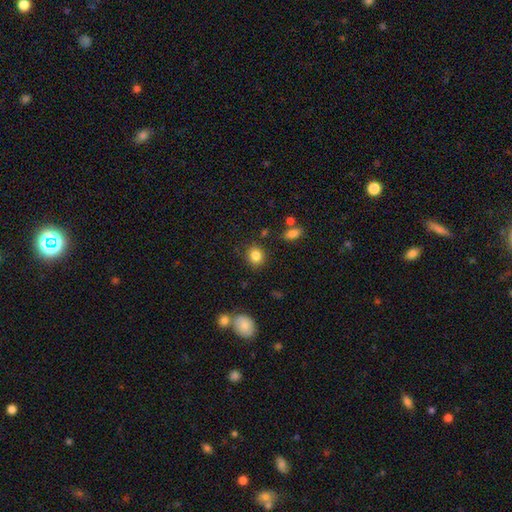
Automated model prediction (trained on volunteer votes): This appears to be a smooth galaxy with no disk features (85%) that is round (74%). Merging: none (84%).